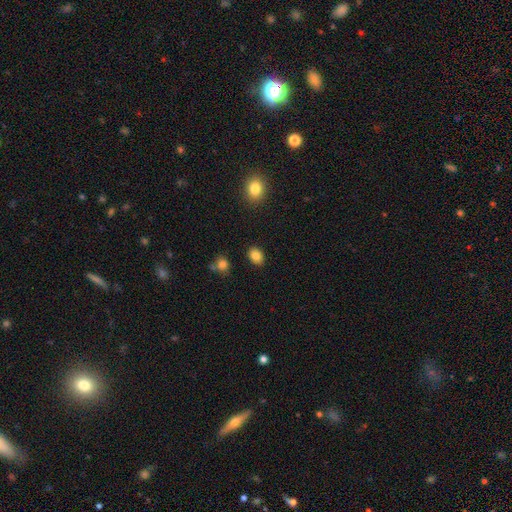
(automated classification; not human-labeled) Overall: smooth (84%). How rounded: in between (68%; round 31%). Merging: none (87%).